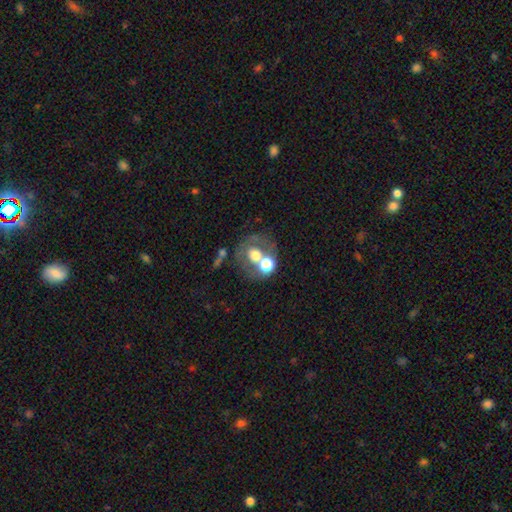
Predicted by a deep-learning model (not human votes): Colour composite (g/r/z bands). It shows a smooth galaxy with no disk features (51%) that is round (74%). Merging: merger (40%, tied with none).